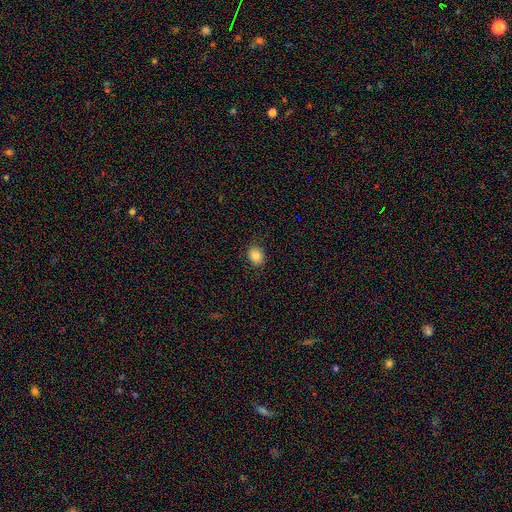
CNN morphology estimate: This is clearly a smooth galaxy (84%). How rounded: possibly round (51%). Merging: clearly none (87%).